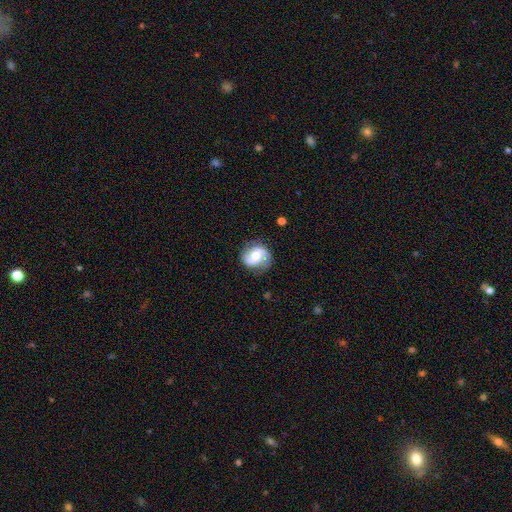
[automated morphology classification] type=featured or disk (71%); edge-on=no (98%); bar=no (52%); spiral arms=yes (92%); winding=medium (43%); arm count=2 (89%); bulge=moderate (70%); merging=none (79%).